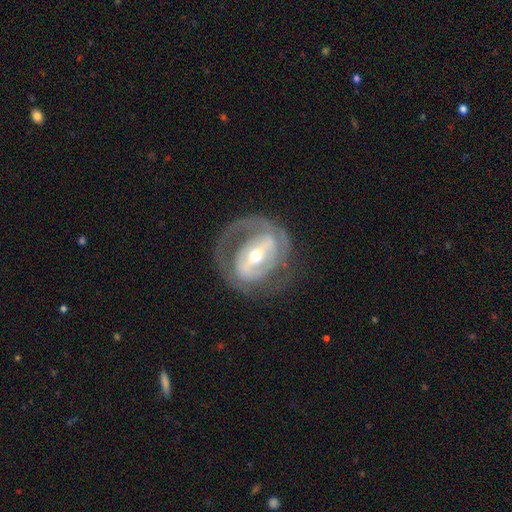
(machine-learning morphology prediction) A featured or disk galaxy (83%) with a strong bar (53%), 2 (61%) tight (47%) spiral arms (74%) and a moderate central bulge (55%).

Vote fractions:
- Smooth or featured? featured or disk: 83% / smooth: 12% / star or artifact: 5%
- Edge-on disk? no: 95% / yes: 5%
- Bar? strong: 53% / weak: 32% / no: 15%
- Spiral arms? yes: 74% / no: 26%
- Spiral winding? tight: 47% / medium: 37% / loose: 16%
- Spiral arm count? 2: 61% / can't tell: 18% / 1: 14% / 3: 4% / 4: 1% / more than 4: 1%
- Bulge size? moderate: 55% / small: 39% / large: 4% / dominant: 1% / none: 1%
- Merging? none: 62% / major disturbance: 19% / minor disturbance: 17% / merger: 1%